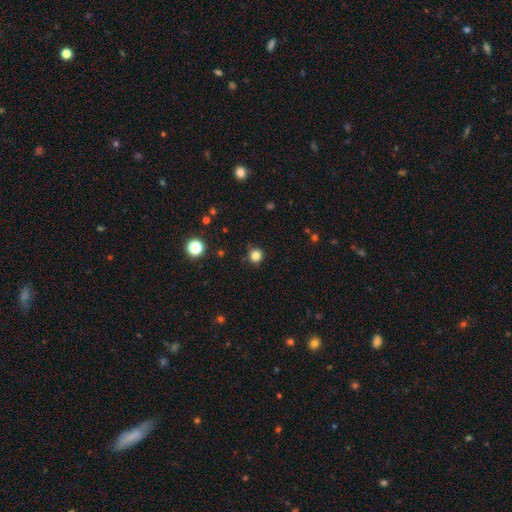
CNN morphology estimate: The model was most divided on "smooth or featured": smooth: 82%, star or artifact: 13%, featured or disk: 4%. More confident: how rounded — round (94%); merging — none (89%).